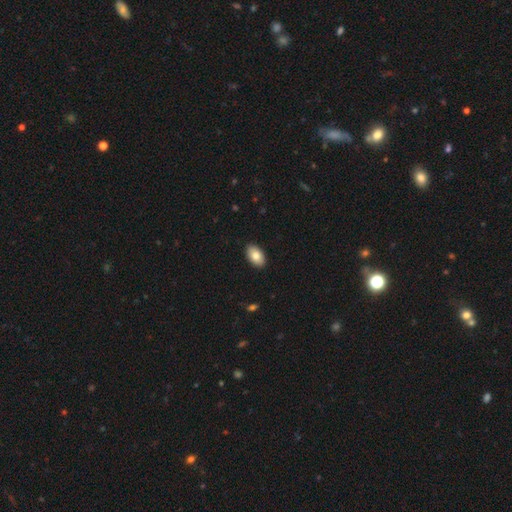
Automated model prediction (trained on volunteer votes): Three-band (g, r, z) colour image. It shows a smooth galaxy with no disk features (82%) that is in between round and cigar-shaped (94%). Merging: none (90%).